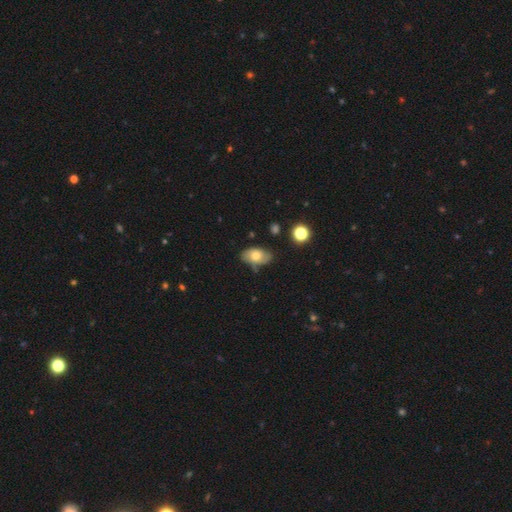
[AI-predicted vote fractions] The model was most divided on "smooth or featured": smooth: 62%, featured or disk: 29%, star or artifact: 9%. More confident: how rounded — in between (89%); merging — none (64%).